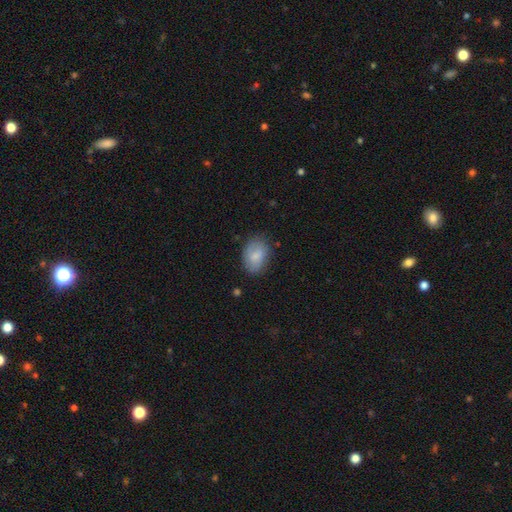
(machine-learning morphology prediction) smooth 76%, featured or disk 17%, star or artifact 7%. Down the decision tree: how rounded — in between (82%); merging — none (73%).